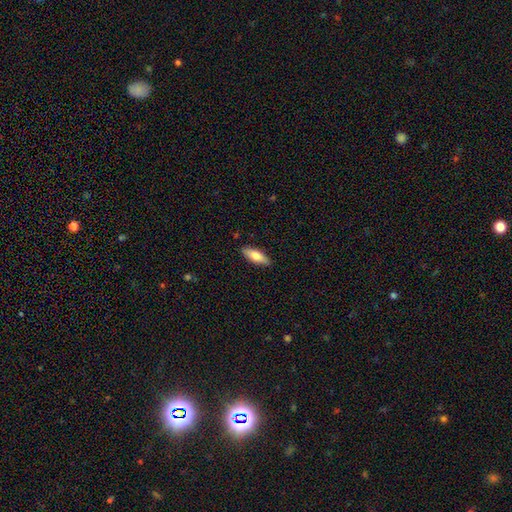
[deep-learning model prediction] The model was most divided on "how rounded": in between: 63%, cigar-shaped: 35%, round: 2%. More confident: merging — none (88%); smooth or featured — smooth (77%).